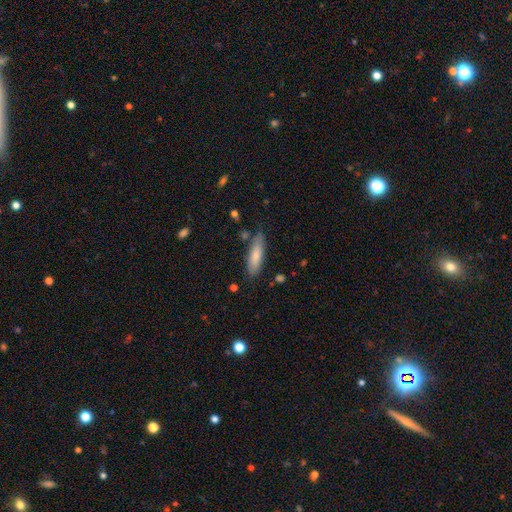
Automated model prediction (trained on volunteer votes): Q: Smooth or featured?
A: smooth (79%); runner-up: featured or disk (15%)
Q: How rounded?
A: cigar-shaped (62%); runner-up: in between (37%)
Q: Merging?
A: none (78%); runner-up: minor disturbance (16%)